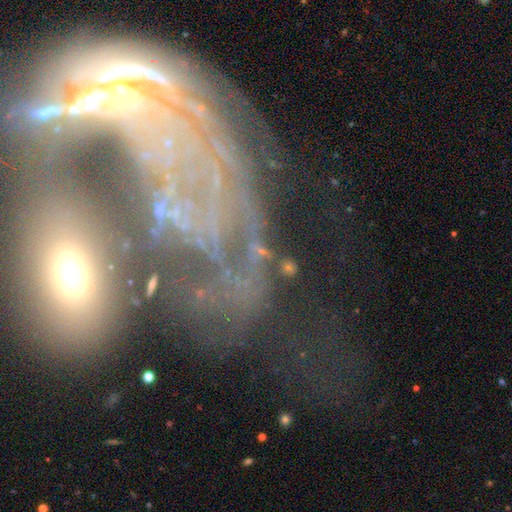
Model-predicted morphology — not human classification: This appears to be a featured or disk galaxy (65%) with no bar (59%), spiral arms (68%) and a small central bulge (47%). Merging: none (40%).